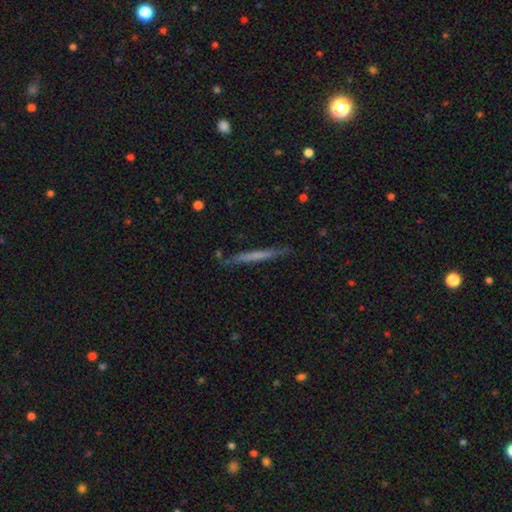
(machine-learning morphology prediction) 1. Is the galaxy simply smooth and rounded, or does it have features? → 50% smooth, 44% featured or disk, 6% star or artifact.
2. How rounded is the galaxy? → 96% cigar-shaped, 2% in between, 2% round.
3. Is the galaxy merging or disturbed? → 86% none, 10% minor disturbance, 2% major disturbance, 2% merger.